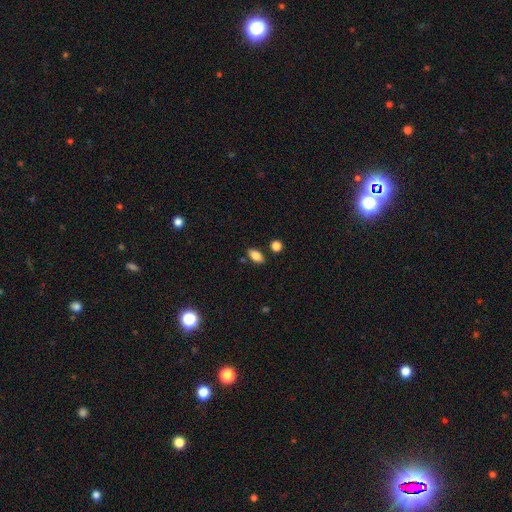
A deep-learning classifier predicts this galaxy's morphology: This appears to be a smooth galaxy with no disk features (82%) that is in between round and cigar-shaped (88%). Merging: none (83%).